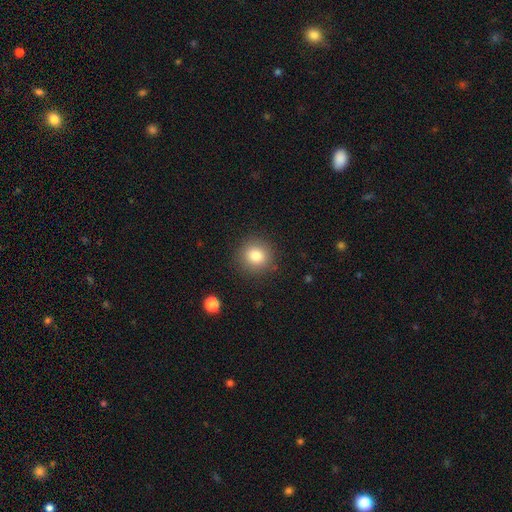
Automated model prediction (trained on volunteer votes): The model was most divided on "smooth or featured": smooth: 83%, star or artifact: 10%, featured or disk: 7%. More confident: how rounded — round (90%); merging — none (89%).